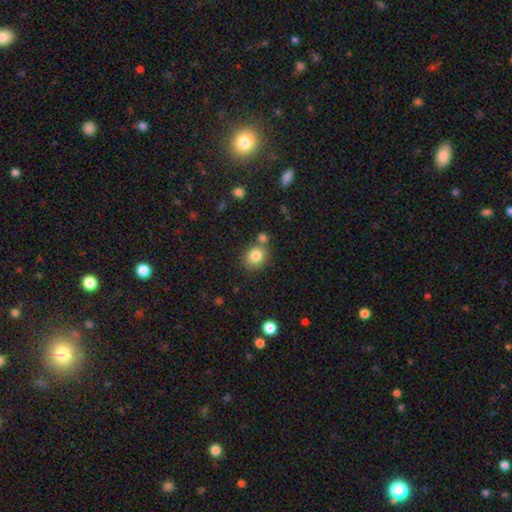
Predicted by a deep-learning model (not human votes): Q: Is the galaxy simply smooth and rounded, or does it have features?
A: smooth — 82%.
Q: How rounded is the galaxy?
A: round — 73%.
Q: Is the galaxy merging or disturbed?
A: none — 69%.